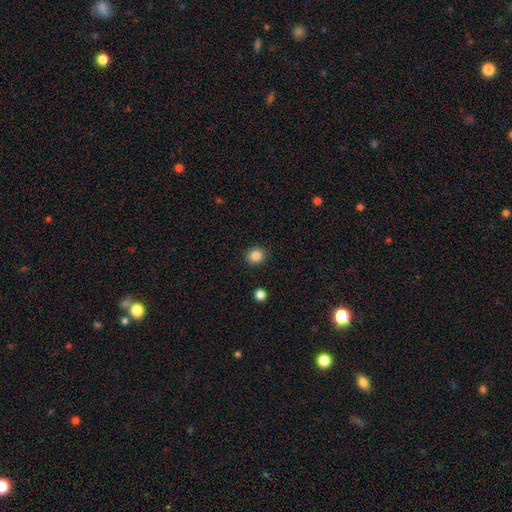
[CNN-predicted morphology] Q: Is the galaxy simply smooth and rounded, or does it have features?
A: smooth — 85%.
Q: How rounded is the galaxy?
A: round — 81%.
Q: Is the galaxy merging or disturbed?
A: none — 90%.